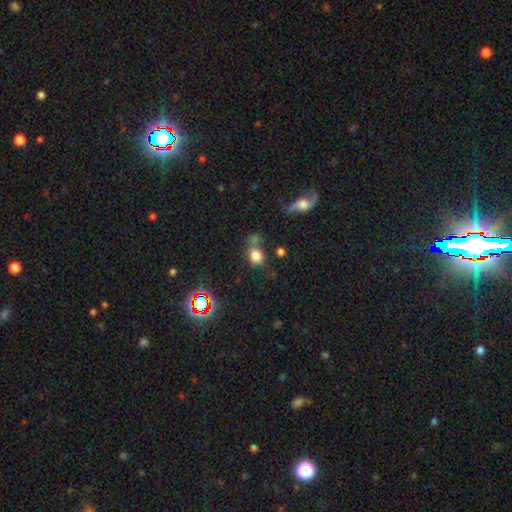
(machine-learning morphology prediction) smooth_or_featured: smooth (p=0.74) [alt: star or artifact p=0.17]
how_rounded: round (p=0.61) [alt: in between p=0.37]
merging: none (p=0.52) [alt: merger p=0.20]